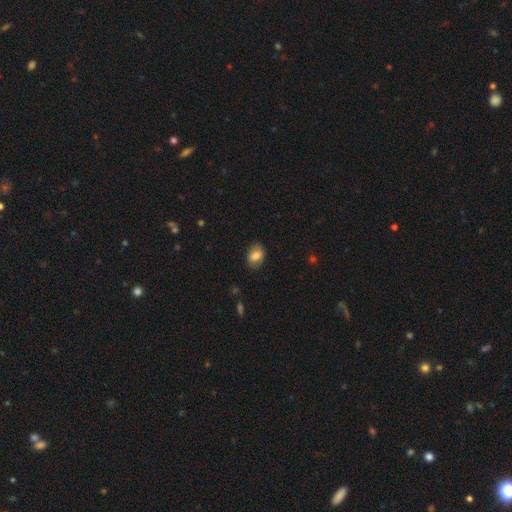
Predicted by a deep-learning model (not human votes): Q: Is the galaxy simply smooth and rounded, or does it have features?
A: smooth — 75%.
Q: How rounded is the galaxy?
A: in between — 81%.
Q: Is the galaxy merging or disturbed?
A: none — 81%.